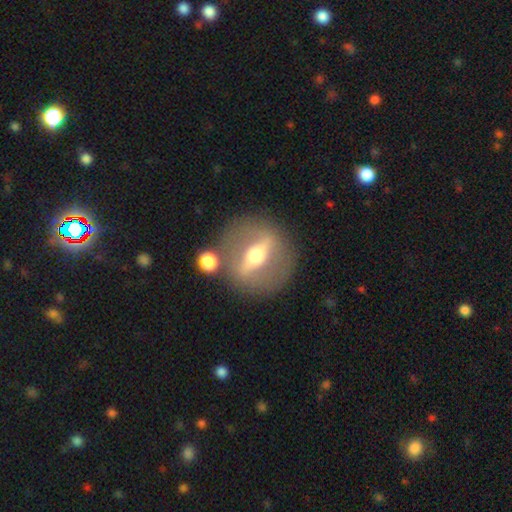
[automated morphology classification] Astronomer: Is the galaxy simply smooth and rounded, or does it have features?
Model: featured or disk — 76%.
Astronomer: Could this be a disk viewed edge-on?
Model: yes — 52% (runner-up: no, 48%).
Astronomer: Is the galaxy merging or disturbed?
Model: none — 81%.